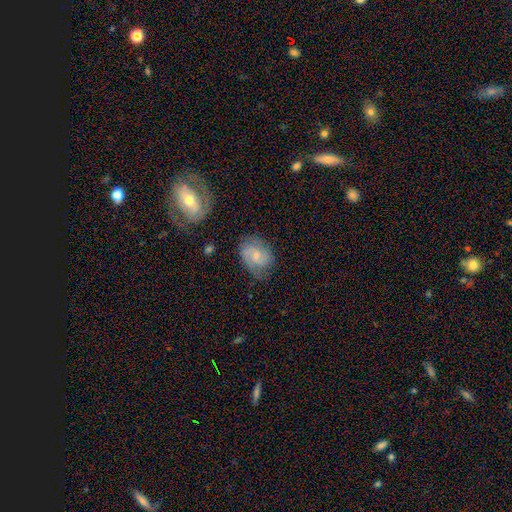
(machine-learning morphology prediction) Smooth or featured?
  - featured or disk: 57% *
  - smooth: 35%
  - star or artifact: 8%
Edge-on disk?
  - no: 97% *
  - yes: 3%
Bar?
  - no: 51% *
  - weak: 42%
  - strong: 7%
Spiral arms?
  - yes: 89% *
  - no: 11%
Bulge size?
  - small: 57% *
  - moderate: 30%
  - none: 9%
  - large: 2%
  - dominant: 1%
Merging?
  - none: 65% *
  - minor disturbance: 24%
  - major disturbance: 9%
  - merger: 2%